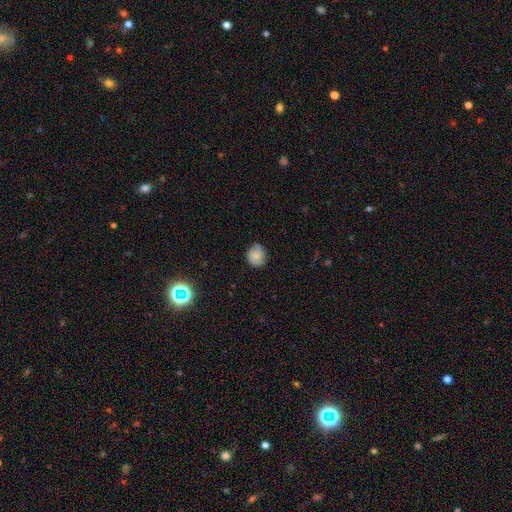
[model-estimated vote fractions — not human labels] Smooth or featured? smooth (72%)
How rounded? round (82%)
Merging? none (78%)